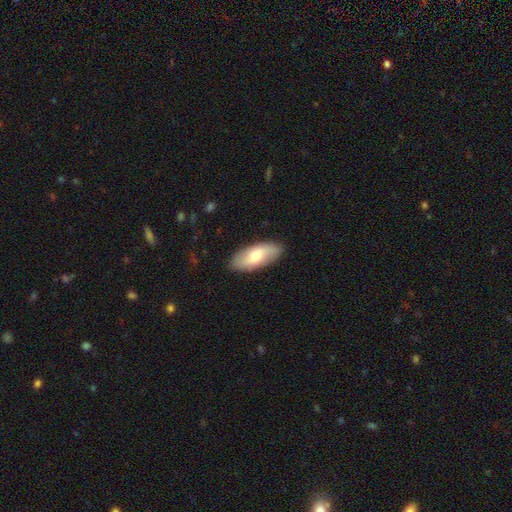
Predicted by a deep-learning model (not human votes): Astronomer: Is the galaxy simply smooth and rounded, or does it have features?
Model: smooth — 61%.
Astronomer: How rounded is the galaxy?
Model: in between — 84%.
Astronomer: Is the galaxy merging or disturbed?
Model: none — 88%.